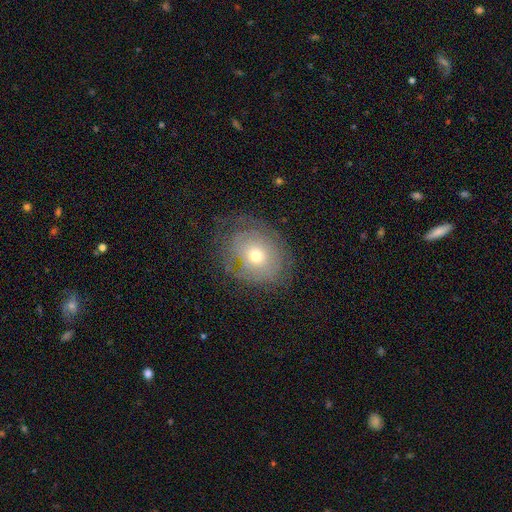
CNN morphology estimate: Smooth or featured? Predicted: featured or disk (p=0.45). Merging? Predicted: none (p=0.60).